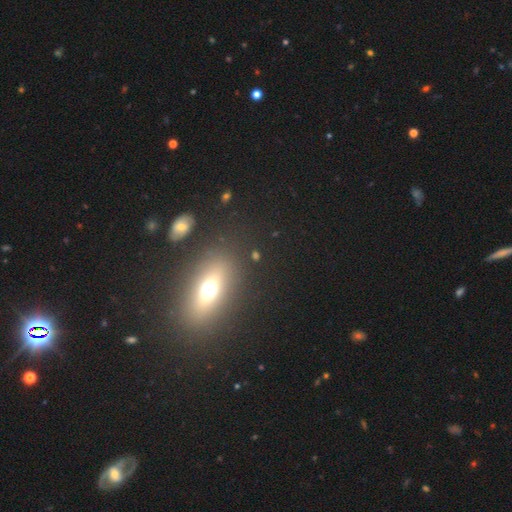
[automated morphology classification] The model was most divided on "how rounded": in between: 49%, round: 36%, cigar-shaped: 15%. More confident: merging — none (81%); smooth or featured — smooth (53%).